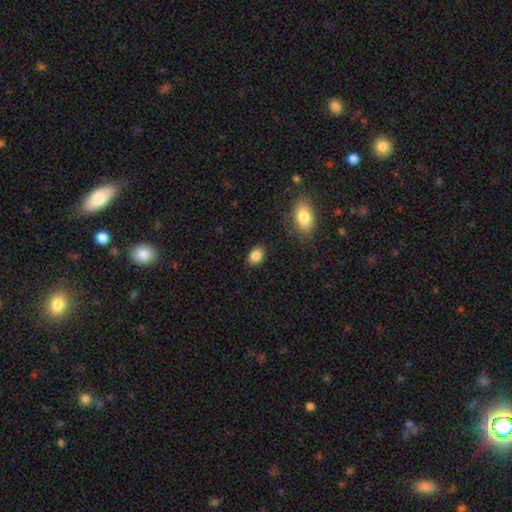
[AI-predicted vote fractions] This appears to be a smooth galaxy with no disk features (86%) that is in between round and cigar-shaped (78%). Merging: none (86%).